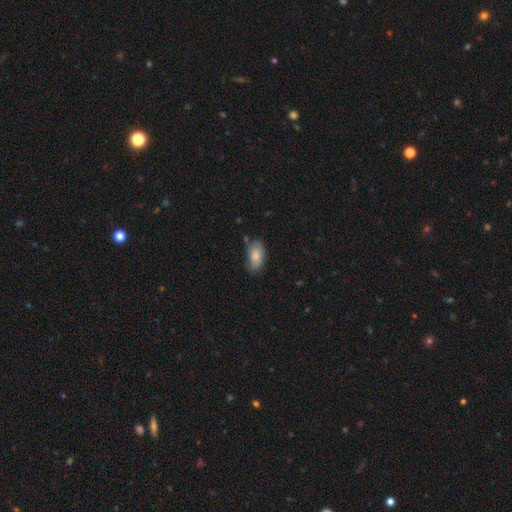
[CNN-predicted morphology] Q: Smooth or featured?
A: smooth (79%); runner-up: featured or disk (14%)
Q: How rounded?
A: in between (93%); runner-up: round (4%)
Q: Merging?
A: none (56%); runner-up: minor disturbance (31%)